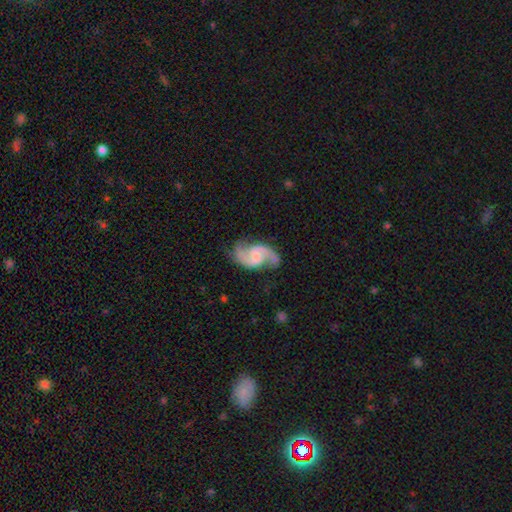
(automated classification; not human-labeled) This is clearly a featured or disk galaxy (90%). It is clearly not viewed edge-on (98%). Bar: possibly weak (51%). Spiral arm pattern: clearly yes (97%). Spiral arm count: clearly 2 (94%). Spiral winding: possibly loose (50%). Central bulge: marginally none (41%). Merging: likely none (75%).